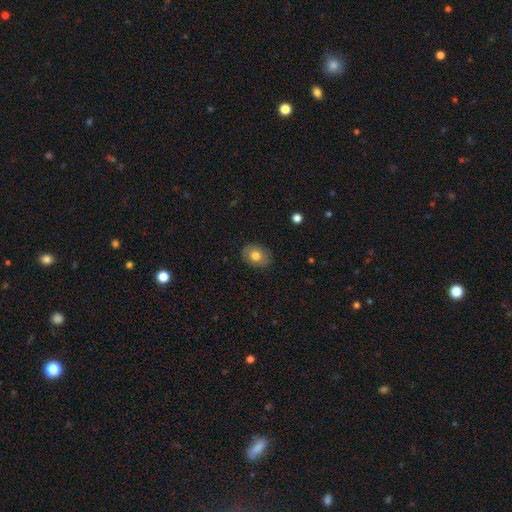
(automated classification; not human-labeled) Q: Smooth or featured?
A: smooth (76%); runner-up: featured or disk (16%)
Q: How rounded?
A: in between (60%); runner-up: round (39%)
Q: Merging?
A: none (87%); runner-up: minor disturbance (10%)